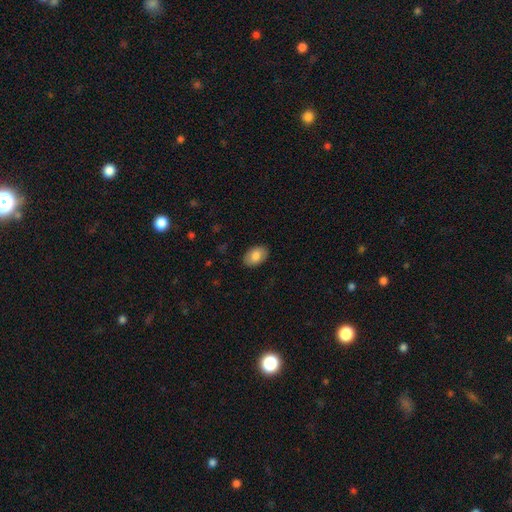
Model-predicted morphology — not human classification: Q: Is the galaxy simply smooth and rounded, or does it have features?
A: smooth — 84%.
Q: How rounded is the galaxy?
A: in between — 89%.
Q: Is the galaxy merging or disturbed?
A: none — 88%.